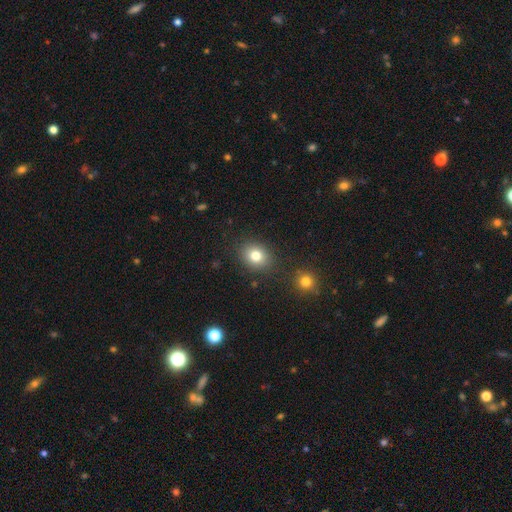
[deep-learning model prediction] A smooth galaxy with no disk features (80%) that is round (56%). Merging: none (84%).